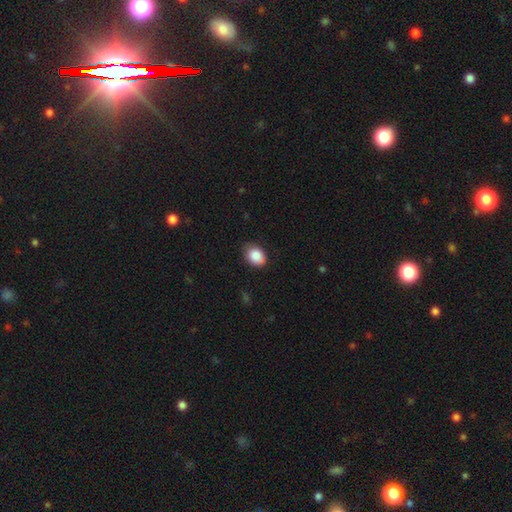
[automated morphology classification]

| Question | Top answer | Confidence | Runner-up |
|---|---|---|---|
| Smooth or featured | smooth | 87% | star or artifact (8%) |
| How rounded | in between | 74% | round (25%) |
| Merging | none | 78% | minor disturbance (18%) |